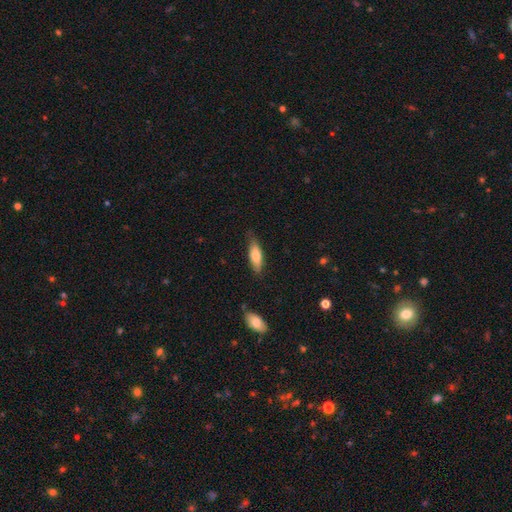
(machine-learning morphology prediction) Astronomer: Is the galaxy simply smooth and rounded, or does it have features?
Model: smooth — 73%.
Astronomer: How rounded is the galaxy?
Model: in between — 59% (runner-up: cigar-shaped, 39%).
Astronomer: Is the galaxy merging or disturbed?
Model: none — 76%.